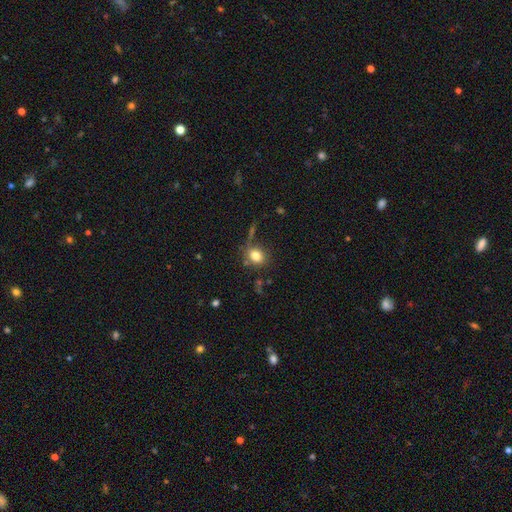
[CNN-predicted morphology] Smooth or featured: smooth — 80% (star or artifact — 12%)
How rounded: round — 58% (in between — 41%)
Merging: none — 68% (minor disturbance — 16%)